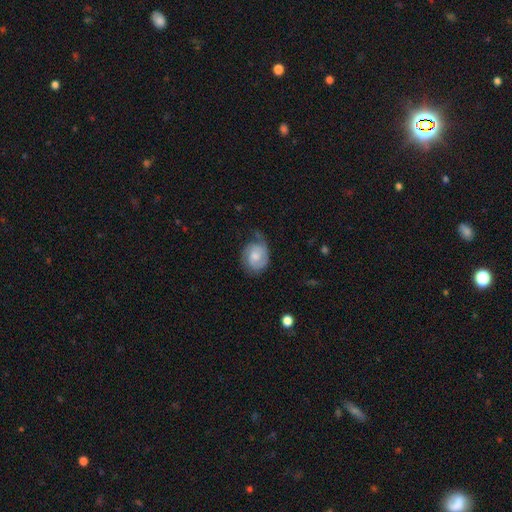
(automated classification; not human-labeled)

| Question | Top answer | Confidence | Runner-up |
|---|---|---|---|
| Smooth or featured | featured or disk | 48% | smooth (45%) |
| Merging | none | 54% | minor disturbance (32%) |